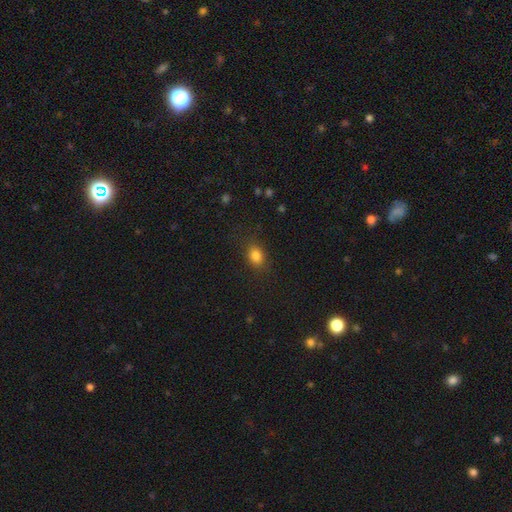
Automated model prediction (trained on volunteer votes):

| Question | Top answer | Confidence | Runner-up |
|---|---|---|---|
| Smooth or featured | smooth | 83% | star or artifact (11%) |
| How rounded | in between | 66% | round (32%) |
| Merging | none | 82% | minor disturbance (13%) |